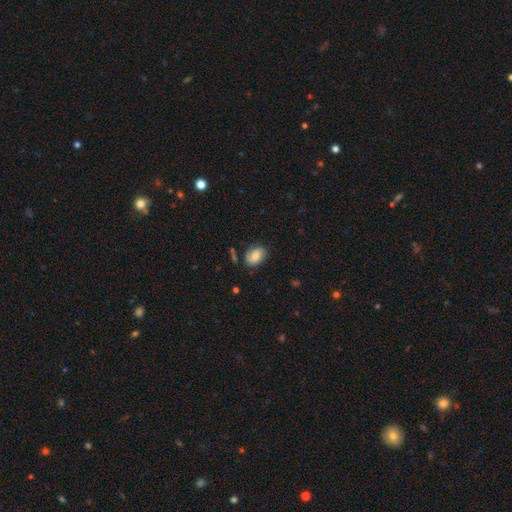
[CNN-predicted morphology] type=smooth (70%); roundness=in between (82%); merging=none (70%).